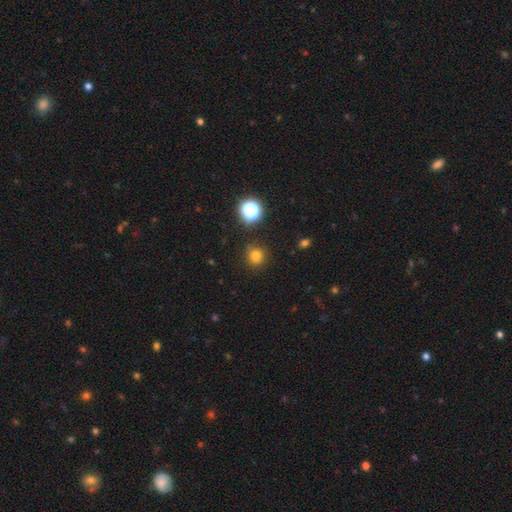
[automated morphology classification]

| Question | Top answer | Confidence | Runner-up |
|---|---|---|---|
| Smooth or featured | smooth | 78% | star or artifact (17%) |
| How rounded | round | 89% | in between (10%) |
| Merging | none | 88% | minor disturbance (8%) |